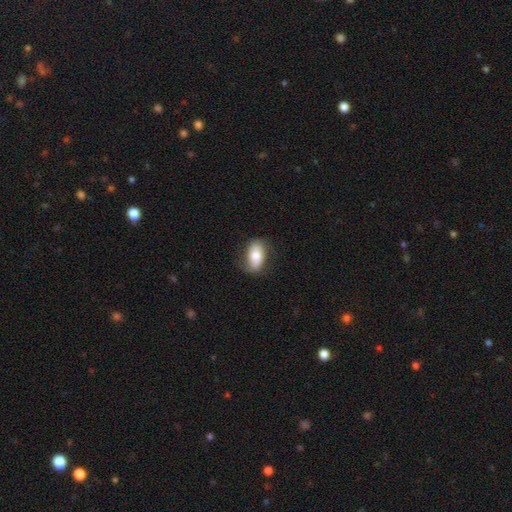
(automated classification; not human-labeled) Smooth or featured: smooth — 74% (featured or disk — 19%)
How rounded: in between — 89% (round — 8%)
Merging: none — 75% (minor disturbance — 19%)